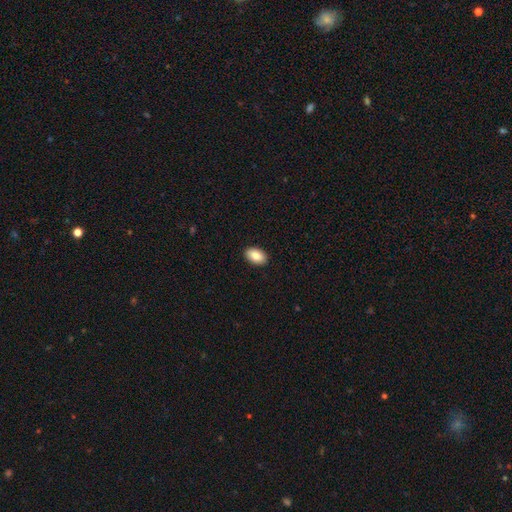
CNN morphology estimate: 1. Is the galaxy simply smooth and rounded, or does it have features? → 88% smooth, 7% star or artifact, 6% featured or disk.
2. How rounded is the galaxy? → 93% in between, 6% round, 1% cigar-shaped.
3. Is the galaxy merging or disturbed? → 91% none, 6% minor disturbance, 2% major disturbance, 1% merger.